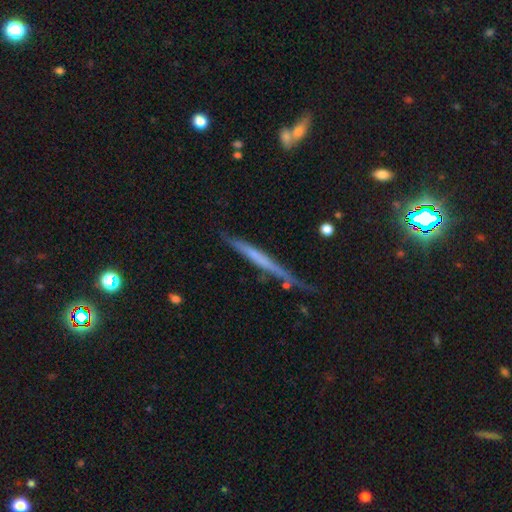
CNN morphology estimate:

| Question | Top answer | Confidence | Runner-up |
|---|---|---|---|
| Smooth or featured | featured or disk | 53% | smooth (37%) |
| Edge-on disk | yes | 95% | no (5%) |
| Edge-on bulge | none | 82% | rounded (11%) |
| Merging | none | 76% | minor disturbance (17%) |